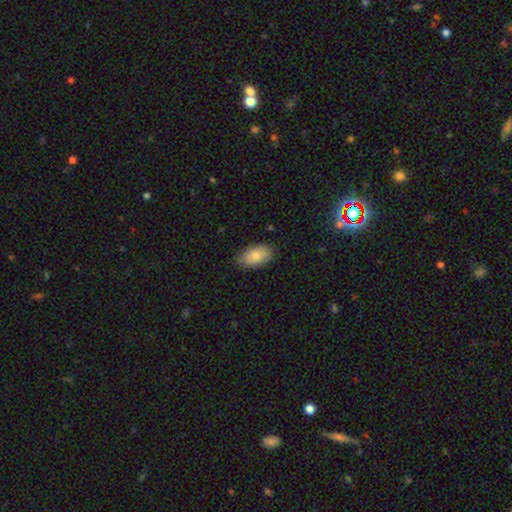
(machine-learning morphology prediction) Smooth or featured? smooth (82%)
How rounded? in between (93%)
Merging? none (84%)